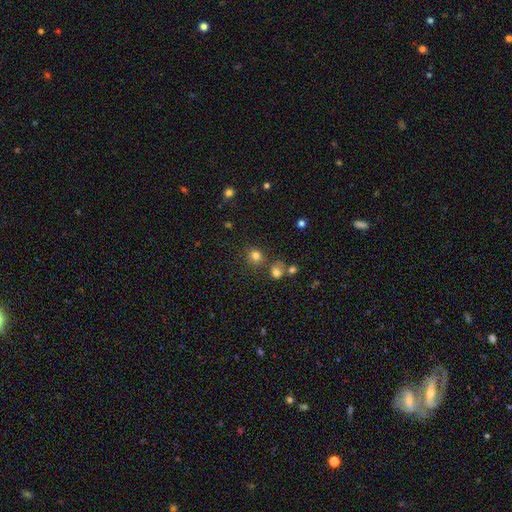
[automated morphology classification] Smooth or featured?
  - smooth: 76% *
  - star or artifact: 17%
  - featured or disk: 7%
How rounded?
  - round: 86% *
  - in between: 13%
  - cigar-shaped: 1%
Merging?
  - none: 74% *
  - merger: 11%
  - minor disturbance: 11%
  - major disturbance: 4%